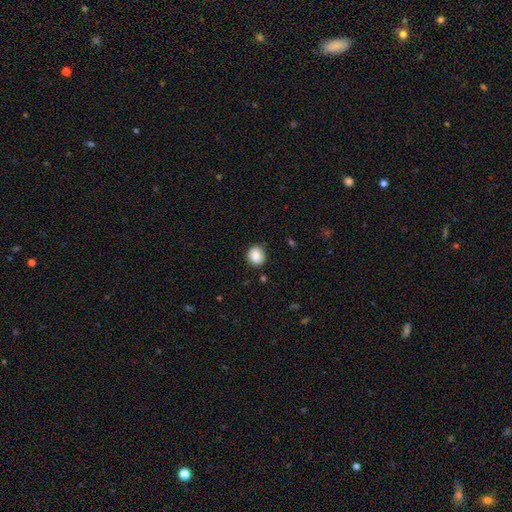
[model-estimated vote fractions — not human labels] Morphology: type=smooth (83%); roundness=round (79%); merging=none (87%).